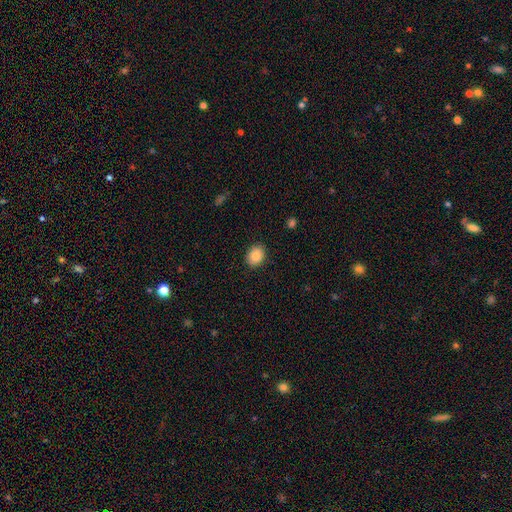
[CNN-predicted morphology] Smooth or featured? Predicted: smooth (p=0.87). How rounded? Predicted: in between (p=0.53). Merging? Predicted: none (p=0.88).